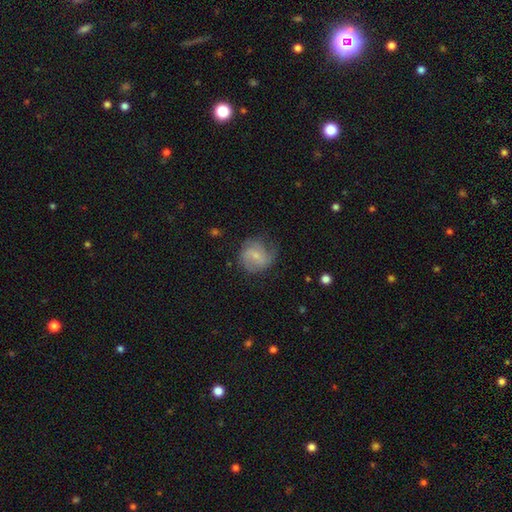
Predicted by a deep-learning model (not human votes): This is possibly a featured or disk galaxy (52%). It is clearly not viewed edge-on (98%). Bar: possibly no (46%). Spiral arm pattern: clearly yes (85%). Central bulge: likely small (64%). Merging: possibly none (59%).